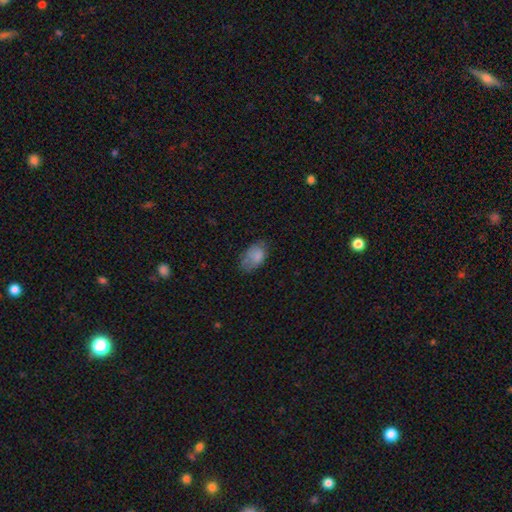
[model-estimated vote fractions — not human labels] Morphology: type=smooth (81%); roundness=in between (92%); merging=none (61%).